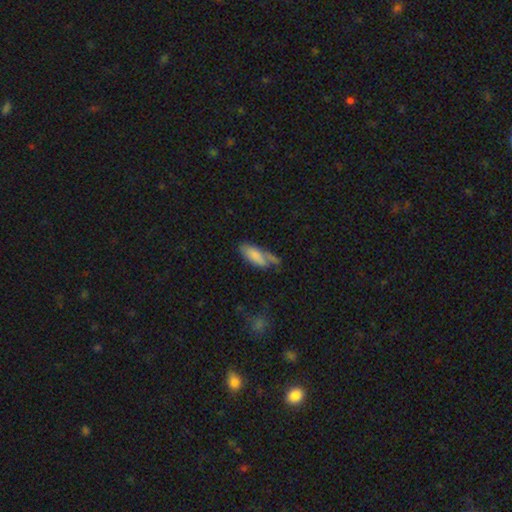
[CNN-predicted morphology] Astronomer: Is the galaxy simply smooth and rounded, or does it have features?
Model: smooth — 76%.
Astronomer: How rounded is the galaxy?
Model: in between — 72%.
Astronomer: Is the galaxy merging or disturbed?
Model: none — 38% (runner-up: minor disturbance, 31%).